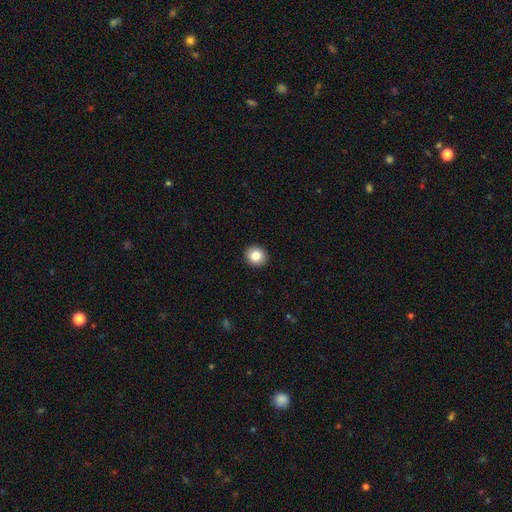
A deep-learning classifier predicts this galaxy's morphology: Overall: smooth (83%). How rounded: round (89%). Merging: none (93%).